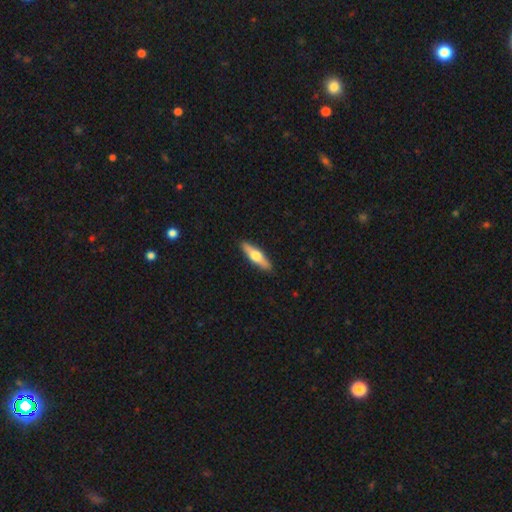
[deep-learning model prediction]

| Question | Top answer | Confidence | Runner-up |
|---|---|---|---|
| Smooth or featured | featured or disk | 49% | smooth (46%) |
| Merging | none | 91% | minor disturbance (6%) |